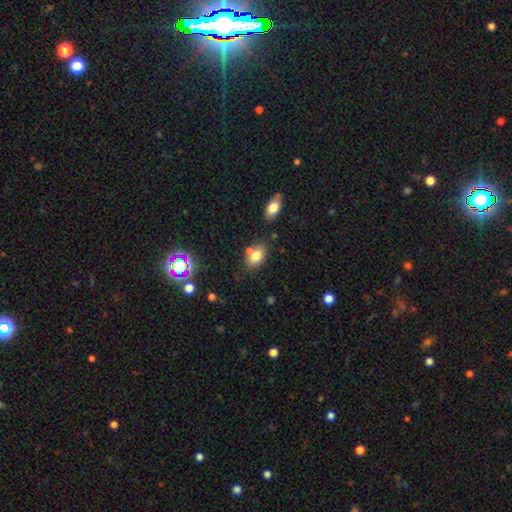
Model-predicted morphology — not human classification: smooth-or-featured: smooth: 78% | star or artifact: 12% | featured or disk: 10%
  how-rounded: in between: 79% | round: 20% | cigar-shaped: 2%
  merging: none: 61% | merger: 20% | minor disturbance: 15% | major disturbance: 4%